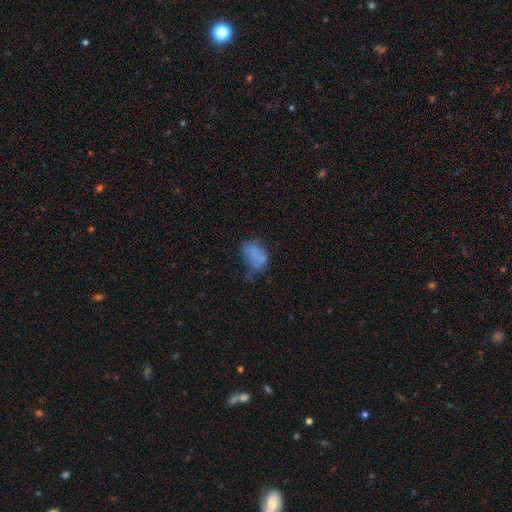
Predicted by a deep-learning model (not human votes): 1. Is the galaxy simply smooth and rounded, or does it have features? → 62% smooth, 24% featured or disk, 14% star or artifact.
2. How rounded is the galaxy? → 84% in between, 14% round, 2% cigar-shaped.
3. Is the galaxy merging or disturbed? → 32% major disturbance, 29% minor disturbance, 28% none, 11% merger.